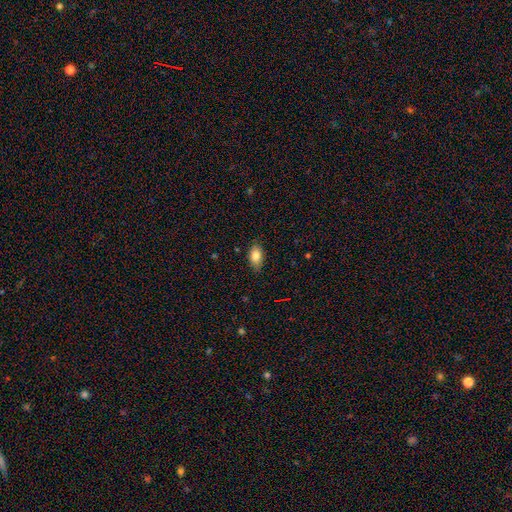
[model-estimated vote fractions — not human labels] smooth 84%, featured or disk 9%, star or artifact 7%. Down the decision tree: how rounded — in between (90%); merging — none (80%).